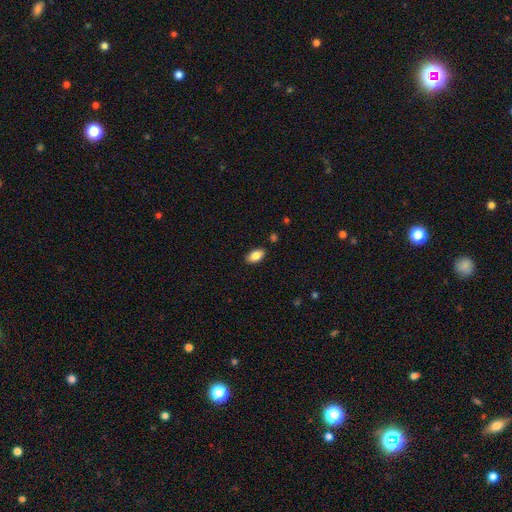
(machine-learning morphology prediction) Overall: smooth (85%). How rounded: in between (93%). Merging: none (86%).